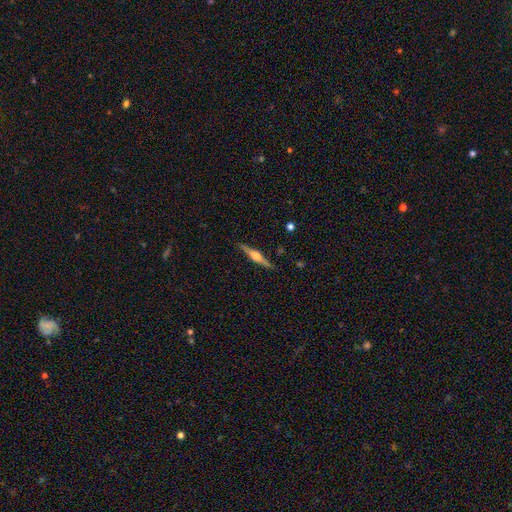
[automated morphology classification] A featured or disk galaxy (79%) viewed edge-on (98%) with a rounded central bulge (91%).

Vote fractions:
- Smooth or featured? featured or disk: 79% / smooth: 16% / star or artifact: 5%
- Edge-on disk? yes: 98% / no: 2%
- Edge-on bulge? rounded: 91% / boxy: 7% / none: 2%
- Merging? none: 90% / minor disturbance: 7% / major disturbance: 2% / merger: 1%